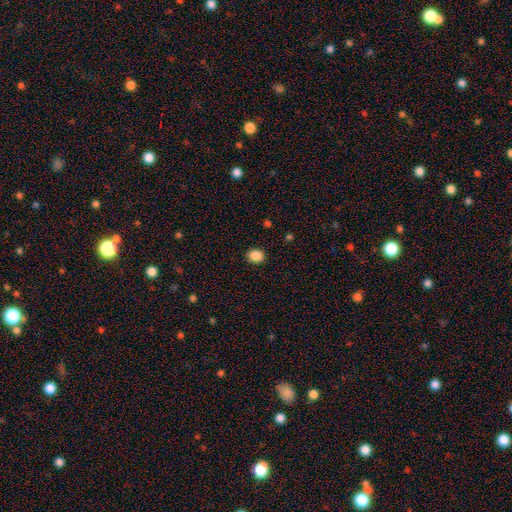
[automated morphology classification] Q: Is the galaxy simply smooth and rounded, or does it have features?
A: smooth — 88%.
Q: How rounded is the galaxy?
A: round — 54%.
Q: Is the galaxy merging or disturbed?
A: none — 90%.